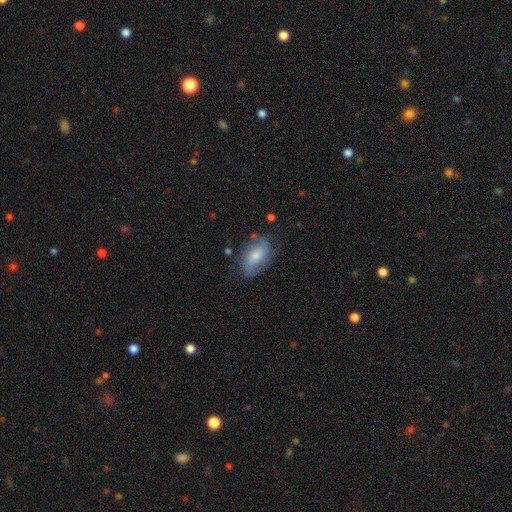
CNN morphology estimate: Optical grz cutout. It shows a featured or disk galaxy (51%). Merging: none (65%).